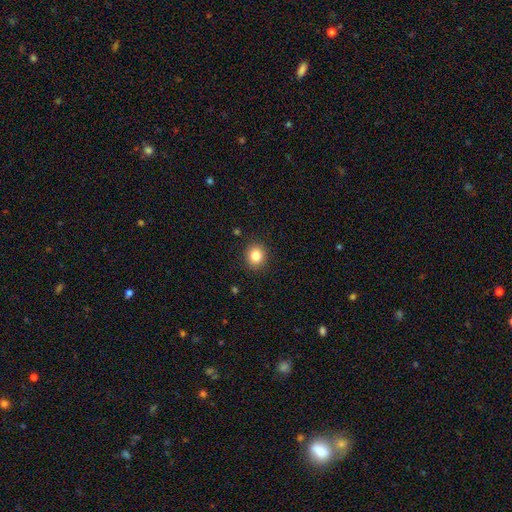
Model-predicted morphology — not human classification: Smooth or featured? smooth (83%)
How rounded? round (85%)
Merging? none (91%)